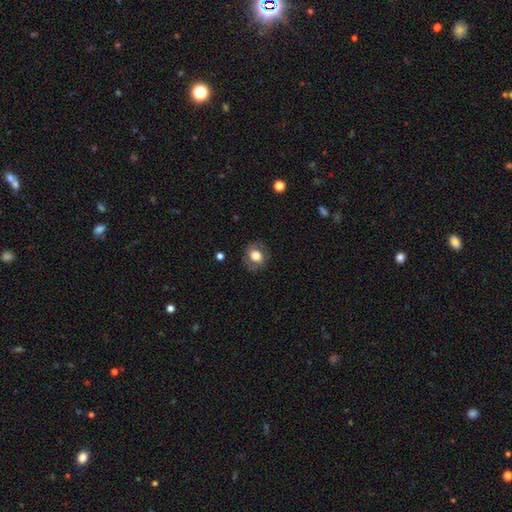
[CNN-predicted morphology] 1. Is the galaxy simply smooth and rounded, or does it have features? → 69% smooth, 22% featured or disk, 9% star or artifact.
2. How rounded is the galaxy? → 67% round, 32% in between, 1% cigar-shaped.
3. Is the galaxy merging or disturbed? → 80% none, 14% minor disturbance, 5% major disturbance, 1% merger.